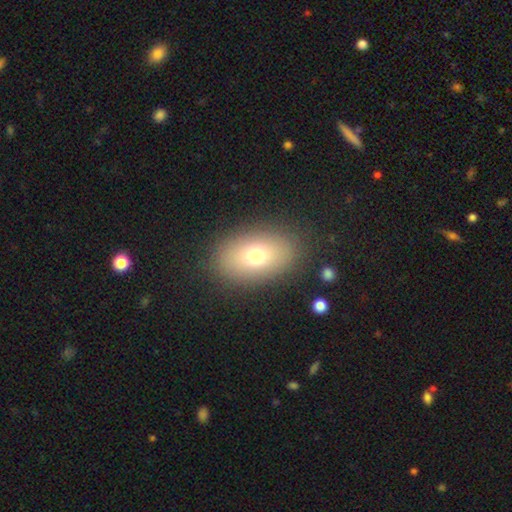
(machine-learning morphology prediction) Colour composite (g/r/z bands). It shows a smooth galaxy with no disk features (73%) that is in between round and cigar-shaped (86%). Merging: none (86%).